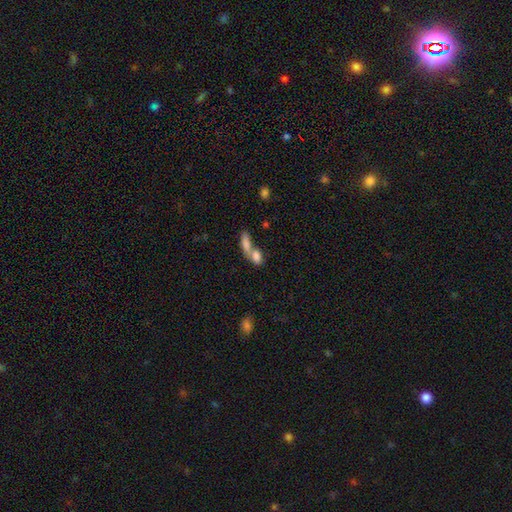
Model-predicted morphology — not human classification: smooth-or-featured: smooth: 78% | featured or disk: 13% | star or artifact: 8%
  how-rounded: in between: 74% | cigar-shaped: 17% | round: 9%
  merging: merger: 68% | none: 22% | minor disturbance: 6% | major disturbance: 4%